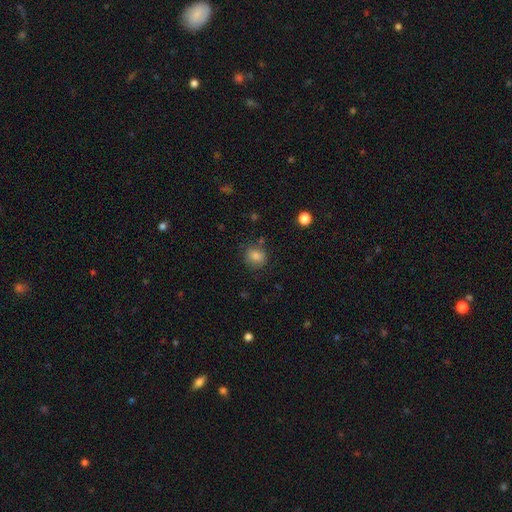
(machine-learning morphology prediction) Q: Smooth or featured?
A: smooth (79%); runner-up: star or artifact (12%)
Q: How rounded?
A: round (76%); runner-up: in between (23%)
Q: Merging?
A: none (79%); runner-up: minor disturbance (14%)